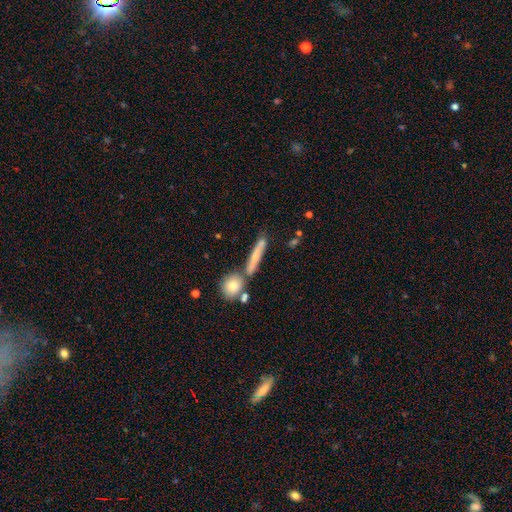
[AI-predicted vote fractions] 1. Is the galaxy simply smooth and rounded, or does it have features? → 60% smooth, 32% featured or disk, 8% star or artifact.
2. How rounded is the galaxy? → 87% cigar-shaped, 9% in between, 4% round.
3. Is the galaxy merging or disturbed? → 68% none, 15% merger, 14% minor disturbance, 4% major disturbance.